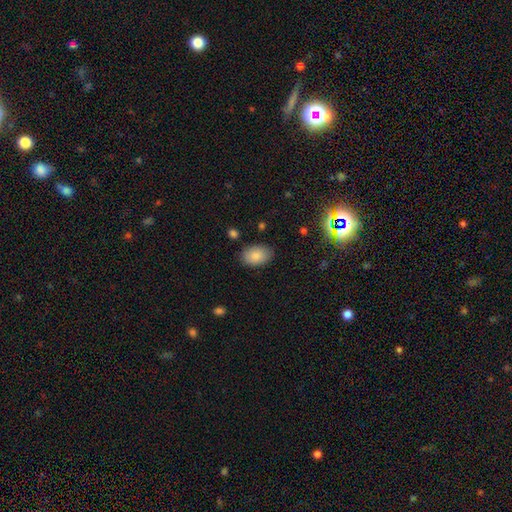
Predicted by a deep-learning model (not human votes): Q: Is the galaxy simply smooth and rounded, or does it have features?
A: smooth — 86%.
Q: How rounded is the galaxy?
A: in between — 89%.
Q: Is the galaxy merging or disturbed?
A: none — 84%.